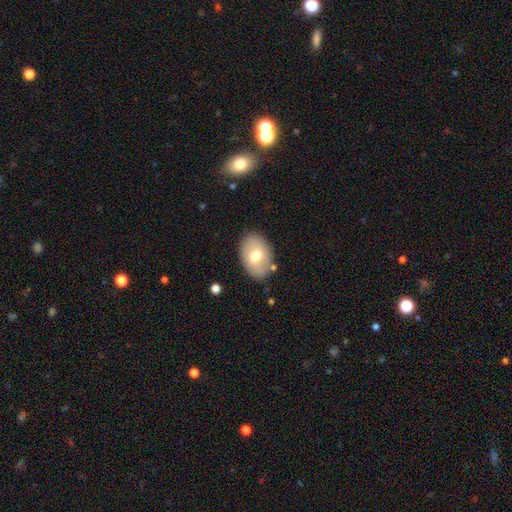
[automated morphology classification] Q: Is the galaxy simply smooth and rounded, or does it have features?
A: smooth — 67%.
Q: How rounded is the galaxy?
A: in between — 84%.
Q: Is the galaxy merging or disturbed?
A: none — 83%.